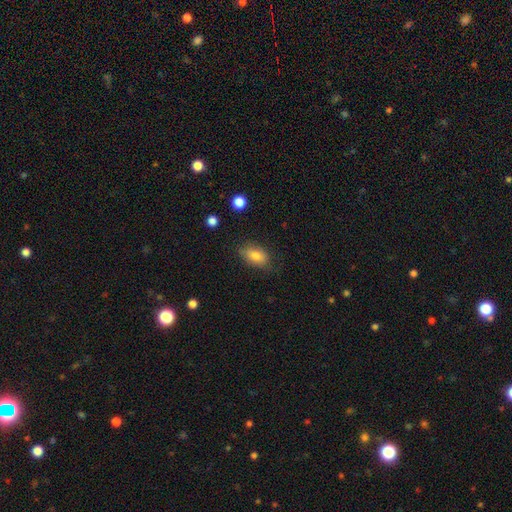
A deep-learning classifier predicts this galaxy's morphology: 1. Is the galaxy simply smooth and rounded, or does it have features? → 79% smooth, 13% featured or disk, 9% star or artifact.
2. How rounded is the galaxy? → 86% in between, 12% round, 2% cigar-shaped.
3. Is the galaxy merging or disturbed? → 74% none, 20% minor disturbance, 5% major disturbance, 1% merger.